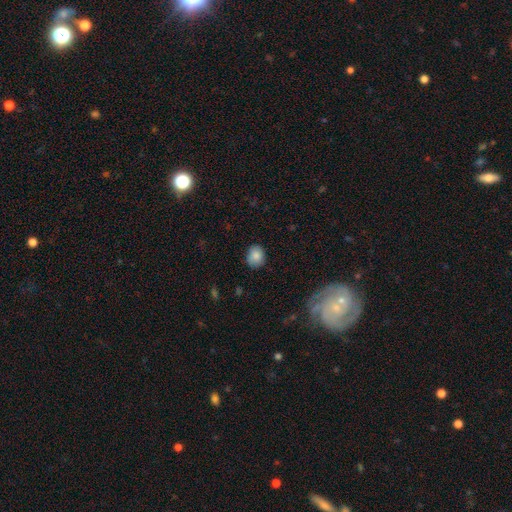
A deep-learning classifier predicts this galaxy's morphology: smooth_or_featured: smooth (p=0.84) [alt: star or artifact p=0.08]
how_rounded: round (p=0.61) [alt: in between p=0.38]
merging: none (p=0.80) [alt: minor disturbance p=0.16]